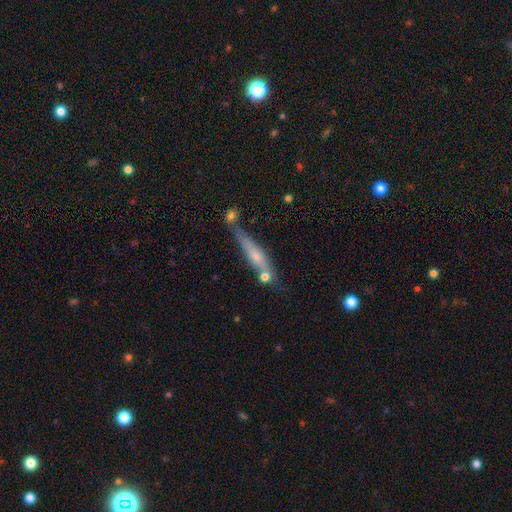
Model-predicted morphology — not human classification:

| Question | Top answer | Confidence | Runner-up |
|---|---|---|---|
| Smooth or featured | smooth | 49% | featured or disk (44%) |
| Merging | none | 54% | minor disturbance (20%) |